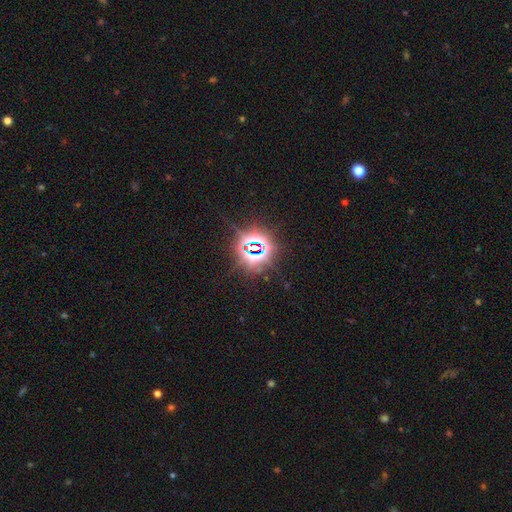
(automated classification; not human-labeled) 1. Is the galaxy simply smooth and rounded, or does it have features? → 83% star or artifact, 9% smooth, 8% featured or disk.